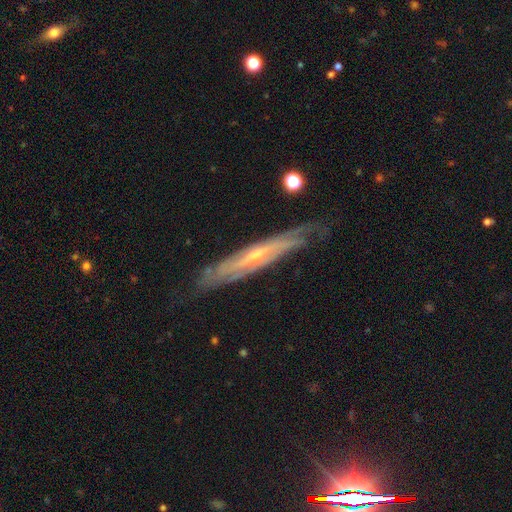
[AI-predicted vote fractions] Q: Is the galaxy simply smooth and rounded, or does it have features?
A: featured or disk — 81%.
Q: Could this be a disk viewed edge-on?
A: yes — 59%.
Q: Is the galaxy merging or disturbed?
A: none — 70%.